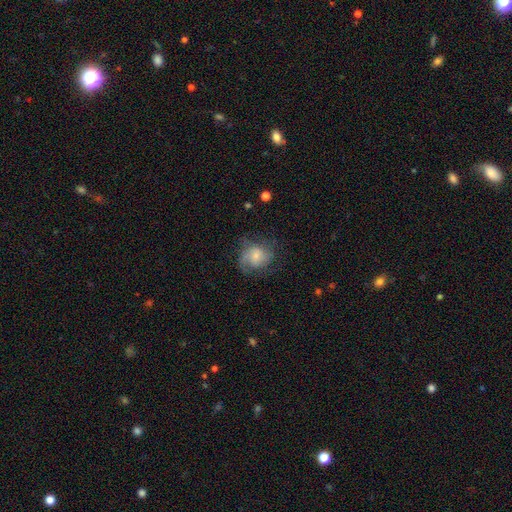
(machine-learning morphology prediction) A smooth galaxy with no disk features (48%).

Vote fractions:
- Smooth or featured? smooth: 48% / featured or disk: 44% / star or artifact: 8%
- Merging? none: 55% / minor disturbance: 25% / major disturbance: 19% / merger: 2%